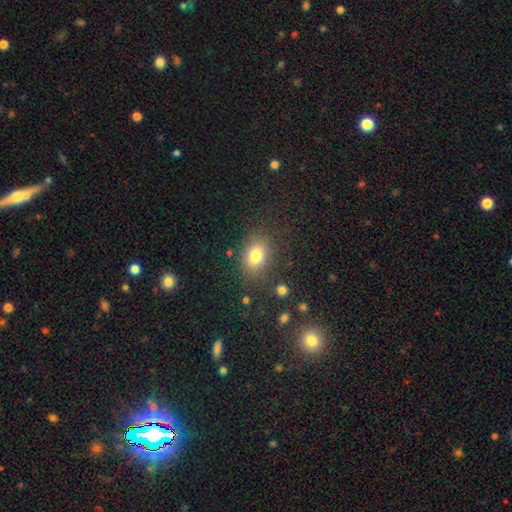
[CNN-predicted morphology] smooth 79%, star or artifact 12%, featured or disk 9%. Down the decision tree: how rounded — in between (68%); merging — none (81%).